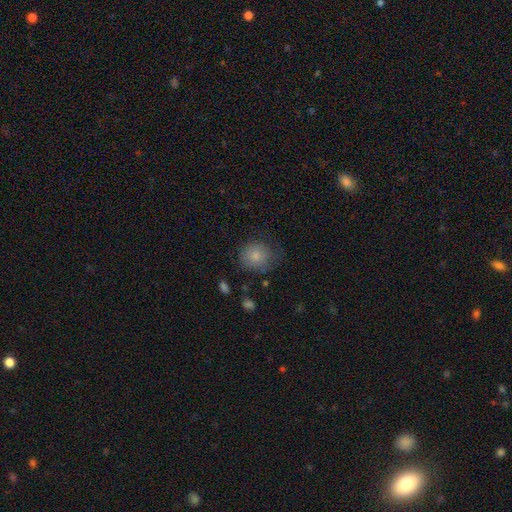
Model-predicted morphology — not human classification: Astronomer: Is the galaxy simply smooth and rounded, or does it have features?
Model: smooth — 81%.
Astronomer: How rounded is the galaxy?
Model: round — 83%.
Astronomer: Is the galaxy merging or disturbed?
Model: none — 65%.